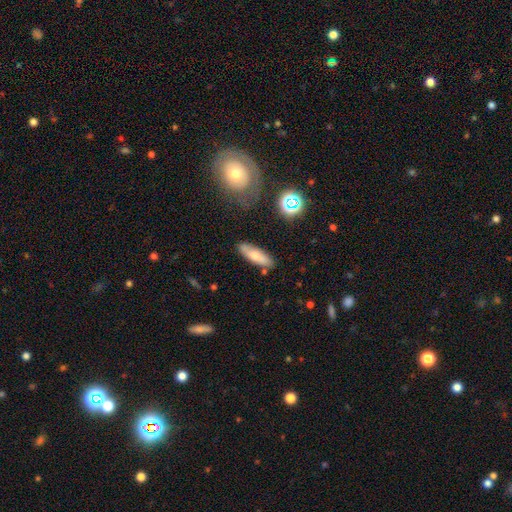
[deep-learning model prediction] smooth_or_featured: smooth (p=0.71) [alt: featured or disk p=0.21]
how_rounded: in between (p=0.50) [alt: cigar-shaped p=0.48]
merging: none (p=0.79) [alt: minor disturbance p=0.14]